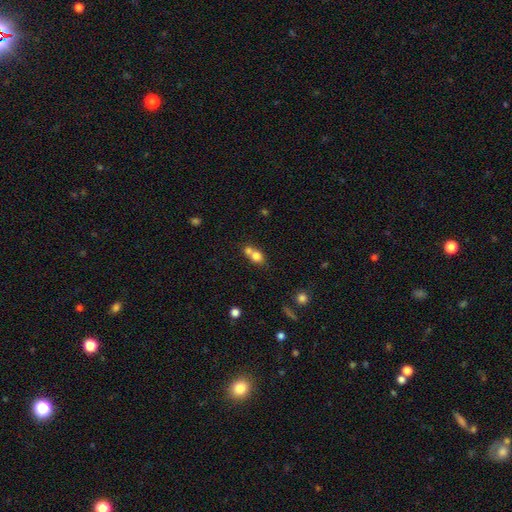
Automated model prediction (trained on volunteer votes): Morphology: type=smooth (76%); roundness=round (58%); merging=merger (56%).